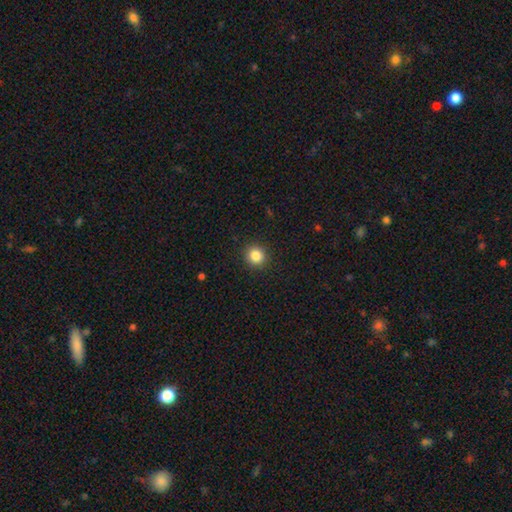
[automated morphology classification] Smooth or featured: smooth — 85% (star or artifact — 11%)
How rounded: round — 90% (in between — 9%)
Merging: none — 91% (minor disturbance — 6%)